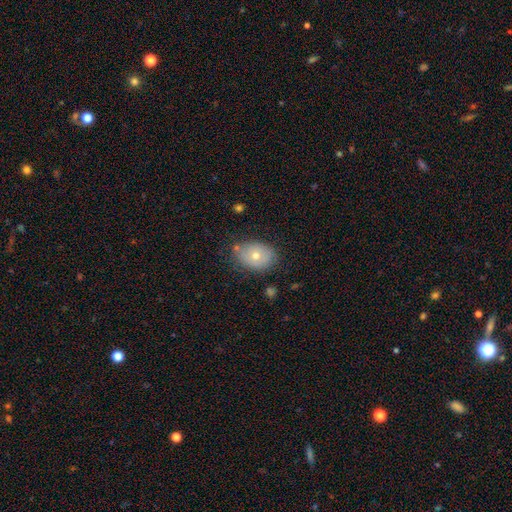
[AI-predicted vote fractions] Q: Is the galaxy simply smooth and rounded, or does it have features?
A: smooth — 67%.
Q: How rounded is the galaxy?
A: in between — 72%.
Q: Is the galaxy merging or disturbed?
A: none — 73%.